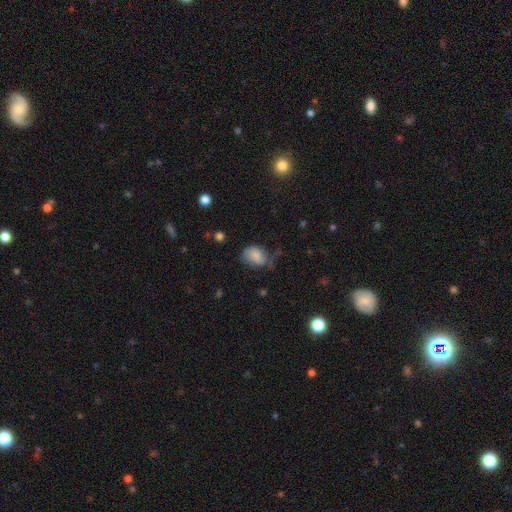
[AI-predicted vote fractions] Smooth or featured: smooth — 70% (featured or disk — 20%)
How rounded: in between — 63% (round — 36%)
Merging: none — 40% (minor disturbance — 34%)